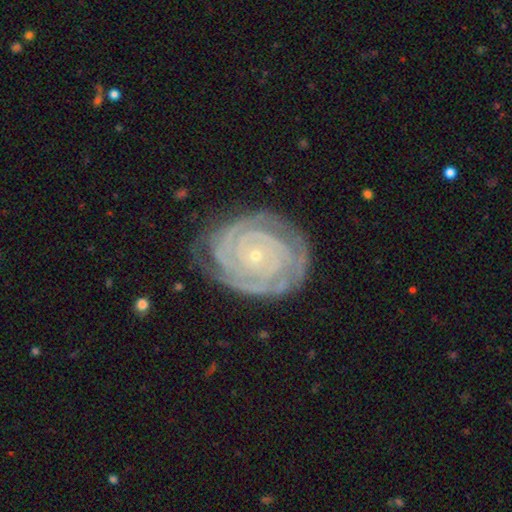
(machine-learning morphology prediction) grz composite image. It shows a featured or disk galaxy (90%) with no bar (81%), 2 (36%) tight (88%) spiral arms (98%) and a small central bulge (87%). Merging: none (77%).